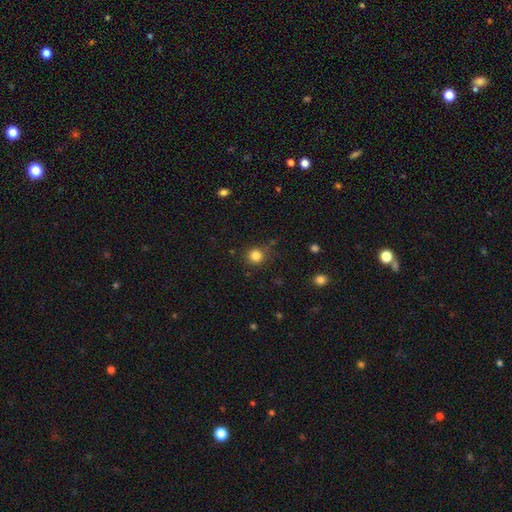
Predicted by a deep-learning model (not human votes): A smooth galaxy with no disk features (83%) that is round (89%).

Vote fractions:
- Smooth or featured? smooth: 83% / star or artifact: 12% / featured or disk: 5%
- How rounded? round: 89% / in between: 10% / cigar-shaped: 1%
- Merging? none: 82% / minor disturbance: 12% / major disturbance: 4% / merger: 2%